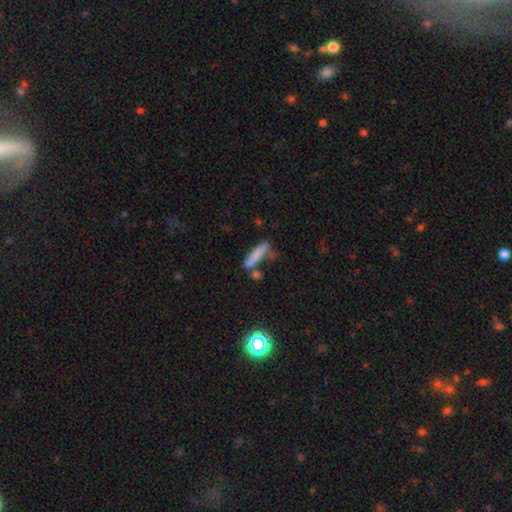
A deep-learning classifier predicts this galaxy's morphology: A smooth galaxy with no disk features (77%) that is cigar-shaped (84%).

Vote fractions:
- Smooth or featured? smooth: 77% / featured or disk: 15% / star or artifact: 8%
- How rounded? cigar-shaped: 84% / in between: 14% / round: 2%
- Merging? none: 55% / minor disturbance: 21% / merger: 16% / major disturbance: 8%